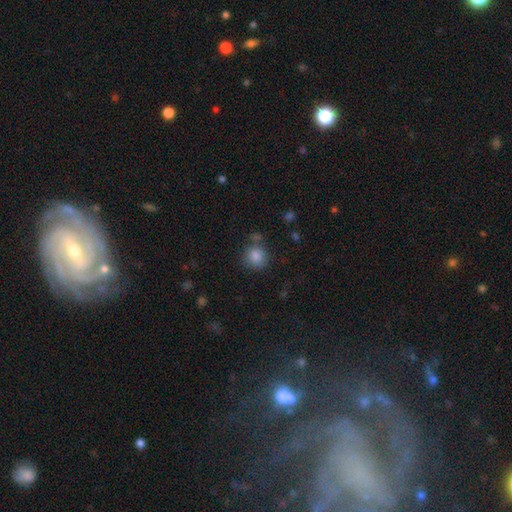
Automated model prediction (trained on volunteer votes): This is clearly a smooth galaxy (84%). How rounded: clearly round (87%). Merging: likely none (75%).